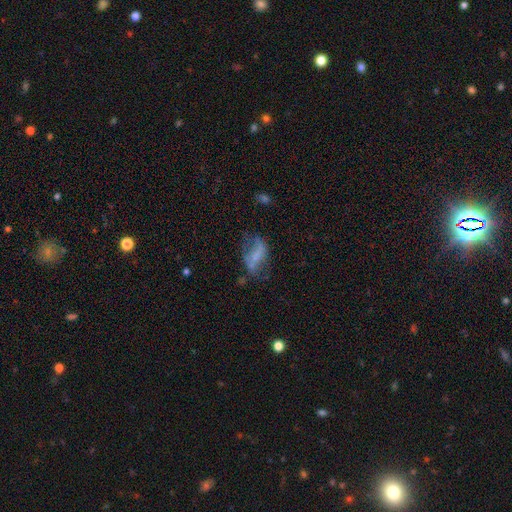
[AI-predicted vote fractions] Smooth or featured? Predicted: featured or disk (p=0.48). Merging? Predicted: none (p=0.37).